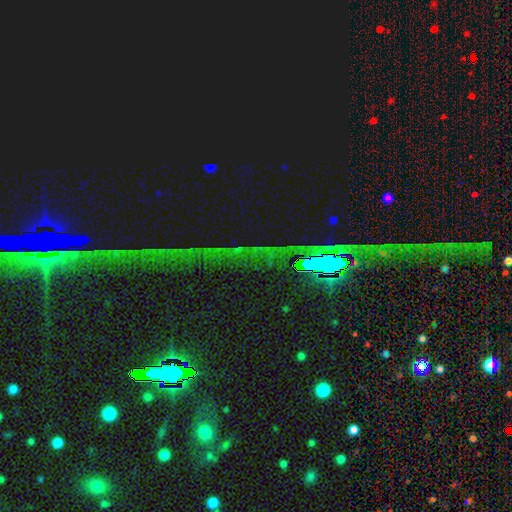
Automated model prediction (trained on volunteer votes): Smooth or featured: star or artifact — 84% (featured or disk — 9%)